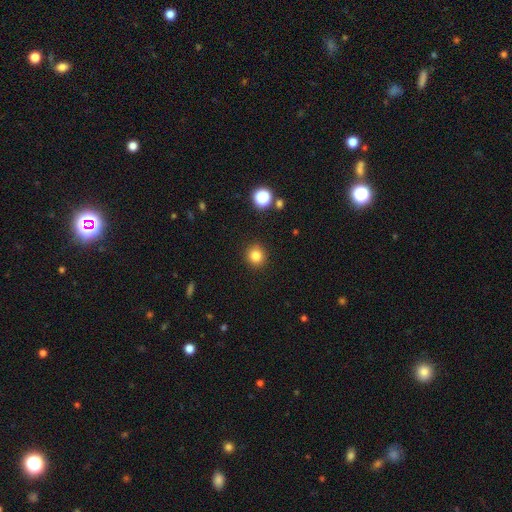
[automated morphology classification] The model was most divided on "smooth or featured": smooth: 82%, star or artifact: 13%, featured or disk: 5%. More confident: merging — none (91%); how rounded — round (90%).